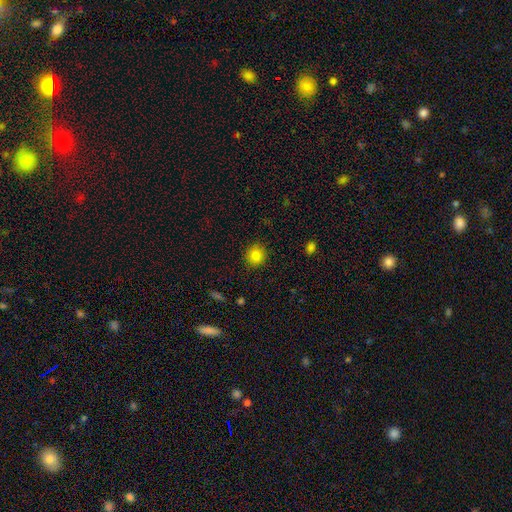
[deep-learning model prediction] Smooth or featured: smooth — 85% (star or artifact — 11%)
How rounded: round — 84% (in between — 15%)
Merging: none — 89% (minor disturbance — 8%)